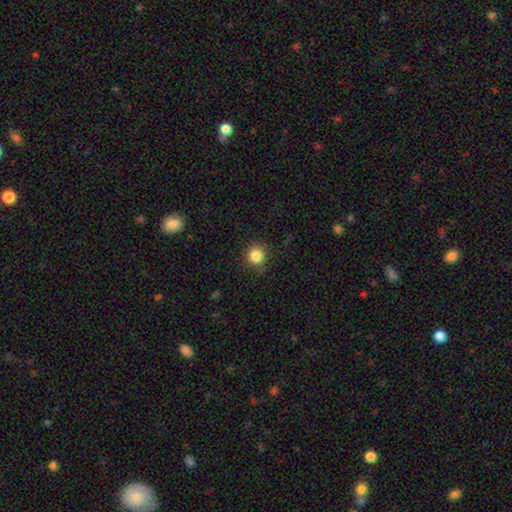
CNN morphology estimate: Smooth or featured: smooth — 85% (star or artifact — 11%)
How rounded: round — 91% (in between — 8%)
Merging: none — 85% (minor disturbance — 10%)